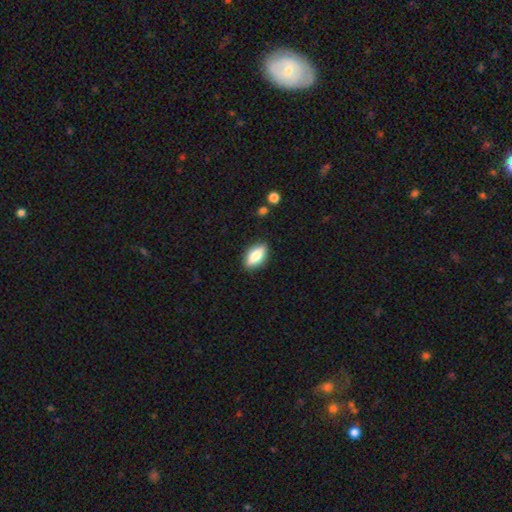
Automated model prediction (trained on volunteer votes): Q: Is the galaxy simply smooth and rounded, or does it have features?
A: smooth — 78%.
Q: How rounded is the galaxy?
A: in between — 82%.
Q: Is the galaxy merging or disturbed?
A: none — 86%.